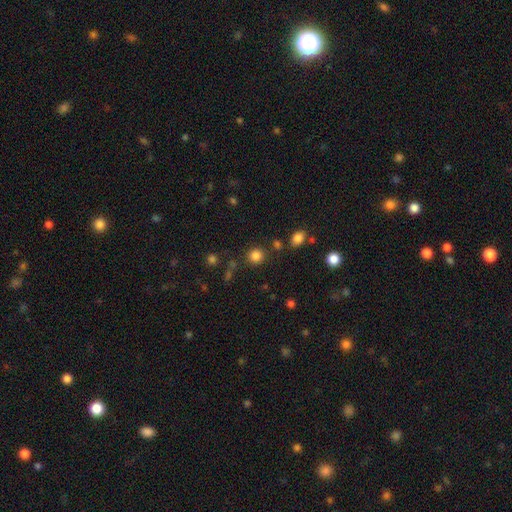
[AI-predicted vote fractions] A smooth galaxy with no disk features (82%) that is round (88%).

Vote fractions:
- Smooth or featured? smooth: 82% / star or artifact: 13% / featured or disk: 5%
- How rounded? round: 88% / in between: 11% / cigar-shaped: 1%
- Merging? none: 82% / minor disturbance: 8% / merger: 6% / major disturbance: 4%